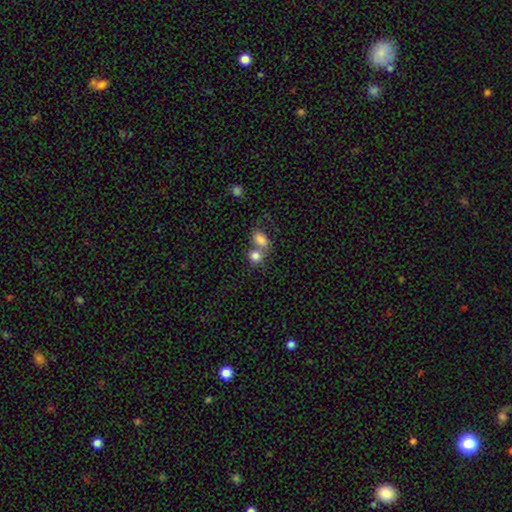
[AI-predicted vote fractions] smooth 82%, star or artifact 10%, featured or disk 9%. Down the decision tree: how rounded — round (54%); merging — merger (53%).